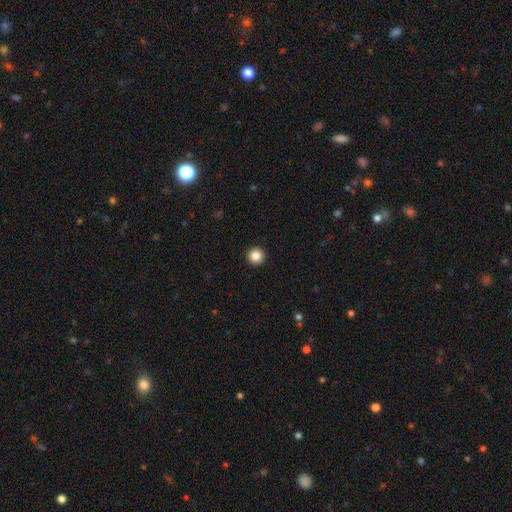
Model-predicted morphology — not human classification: A smooth galaxy with no disk features (85%) that is round (96%).

Vote fractions:
- Smooth or featured? smooth: 85% / star or artifact: 10% / featured or disk: 5%
- How rounded? round: 96% / in between: 3% / cigar-shaped: 1%
- Merging? none: 94% / minor disturbance: 4% / major disturbance: 1% / merger: 1%